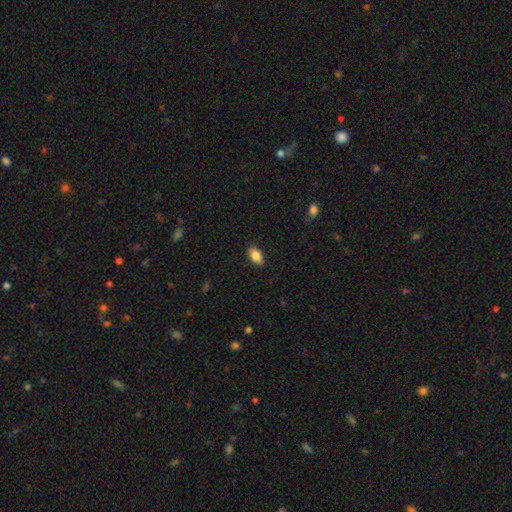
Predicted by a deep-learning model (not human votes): Overall: smooth (86%). How rounded: in between (92%). Merging: none (88%).